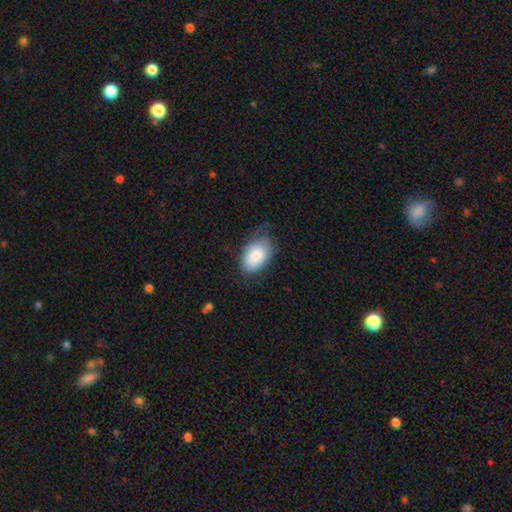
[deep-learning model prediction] smooth 81%, featured or disk 13%, star or artifact 6%. Down the decision tree: how rounded — in between (92%); merging — none (57%).